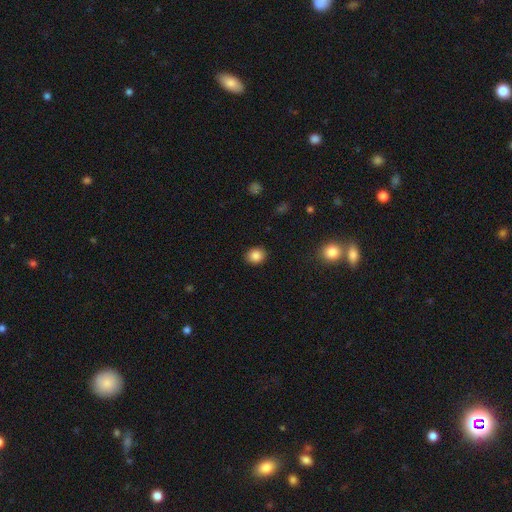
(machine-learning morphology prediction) smooth-or-featured: smooth: 86% | star or artifact: 10% | featured or disk: 4%
  how-rounded: round: 66% | in between: 33% | cigar-shaped: 1%
  merging: none: 90% | minor disturbance: 7% | major disturbance: 2% | merger: 1%